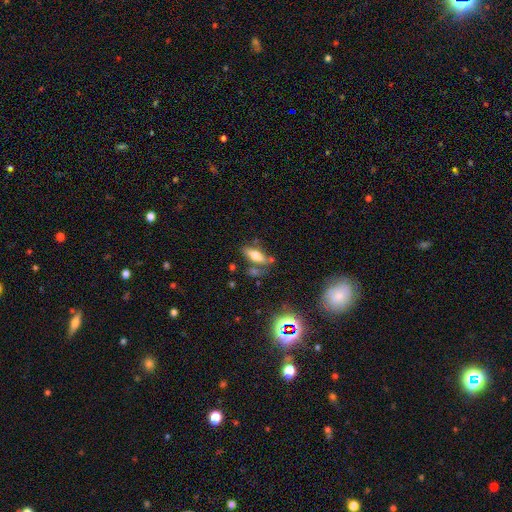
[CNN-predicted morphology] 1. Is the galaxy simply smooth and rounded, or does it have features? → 59% smooth, 30% featured or disk, 10% star or artifact.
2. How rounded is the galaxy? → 63% in between, 33% cigar-shaped, 3% round.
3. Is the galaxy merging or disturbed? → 67% none, 17% minor disturbance, 10% merger, 6% major disturbance.